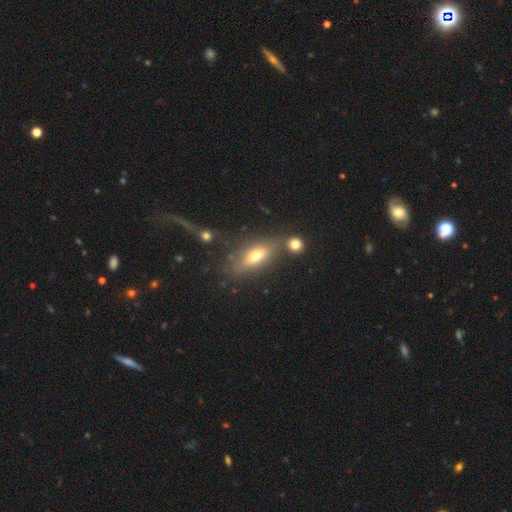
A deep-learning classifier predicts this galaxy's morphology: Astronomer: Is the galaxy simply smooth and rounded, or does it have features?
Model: smooth — 61%.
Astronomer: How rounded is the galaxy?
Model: in between — 69%.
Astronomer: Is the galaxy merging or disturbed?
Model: none — 67%.